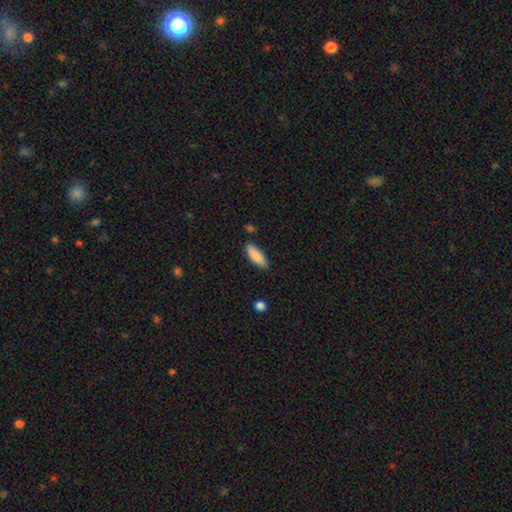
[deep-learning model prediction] This appears to be a smooth galaxy with no disk features (87%) that is in between round and cigar-shaped (62%). Merging: none (84%).